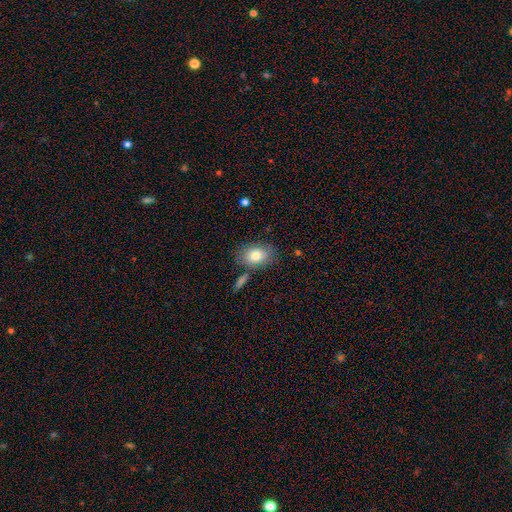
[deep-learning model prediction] A smooth galaxy with no disk features (80%) that is in between round and cigar-shaped (81%).

Vote fractions:
- Smooth or featured? smooth: 80% / featured or disk: 12% / star or artifact: 7%
- How rounded? in between: 81% / round: 17% / cigar-shaped: 1%
- Merging? none: 74% / minor disturbance: 15% / merger: 8% / major disturbance: 4%